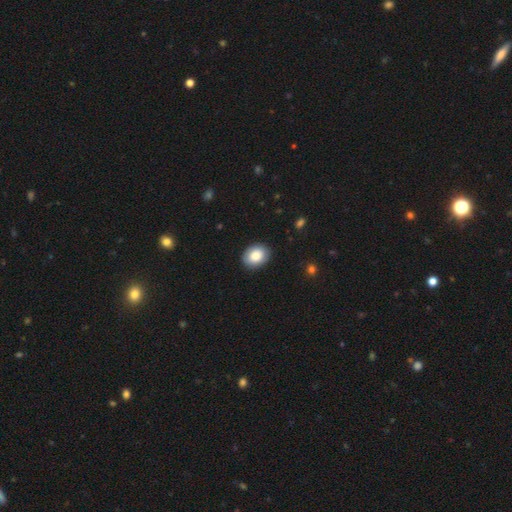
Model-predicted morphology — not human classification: This appears to be a smooth galaxy with no disk features (85%) that is in between round and cigar-shaped (63%). Merging: none (88%).